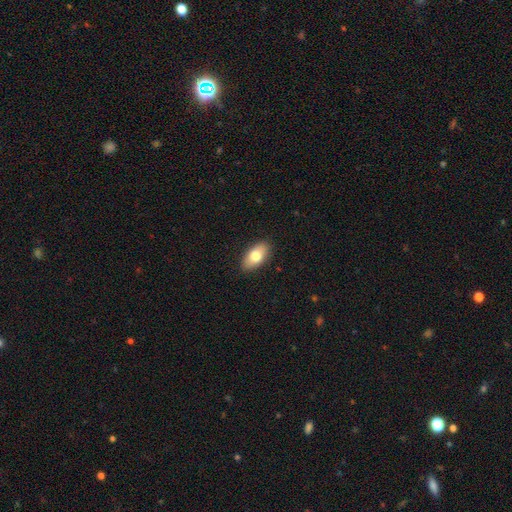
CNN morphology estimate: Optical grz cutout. It shows a smooth galaxy with no disk features (77%) that is in between round and cigar-shaped (92%). Merging: none (88%).